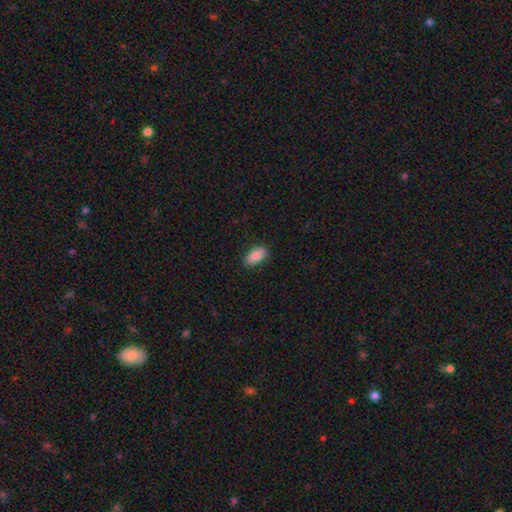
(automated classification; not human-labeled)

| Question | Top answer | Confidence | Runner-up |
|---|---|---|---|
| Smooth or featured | smooth | 84% | featured or disk (9%) |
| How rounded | in between | 93% | round (5%) |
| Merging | none | 86% | minor disturbance (11%) |